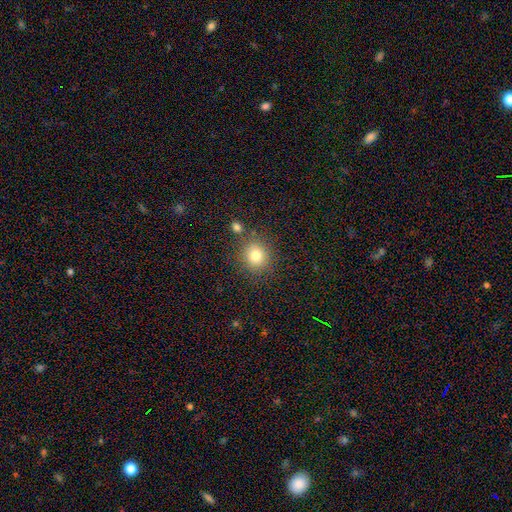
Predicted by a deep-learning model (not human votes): smooth-or-featured: smooth: 80% | star or artifact: 12% | featured or disk: 8%
  how-rounded: round: 83% | in between: 16% | cigar-shaped: 1%
  merging: none: 81% | minor disturbance: 9% | merger: 6% | major disturbance: 3%